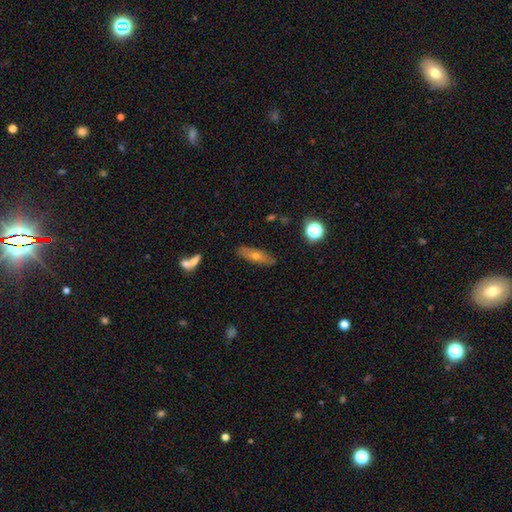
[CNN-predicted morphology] smooth-or-featured: smooth: 47% | featured or disk: 42% | star or artifact: 11%
  merging: none: 81% | minor disturbance: 13% | major disturbance: 3% | merger: 3%